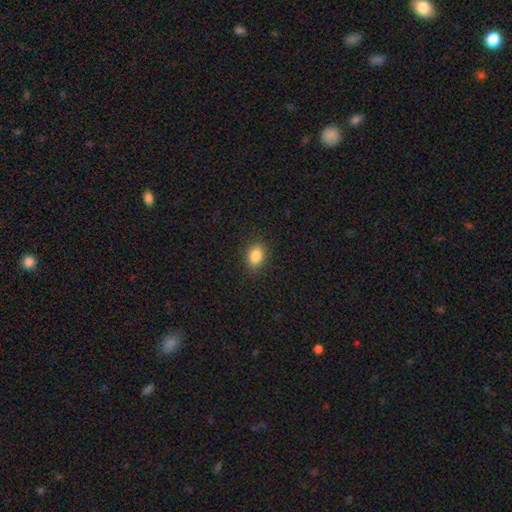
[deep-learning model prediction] Q: Smooth or featured?
A: smooth (85%); runner-up: star or artifact (10%)
Q: How rounded?
A: in between (70%); runner-up: round (28%)
Q: Merging?
A: none (88%); runner-up: minor disturbance (9%)